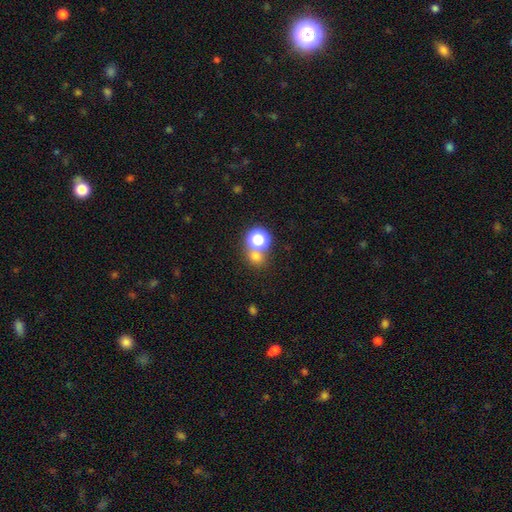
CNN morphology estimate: A smooth galaxy with no disk features (67%) that is round (81%).

Vote fractions:
- Smooth or featured? smooth: 67% / star or artifact: 25% / featured or disk: 8%
- How rounded? round: 81% / in between: 18% / cigar-shaped: 1%
- Merging? none: 57% / merger: 32% / minor disturbance: 7% / major disturbance: 4%